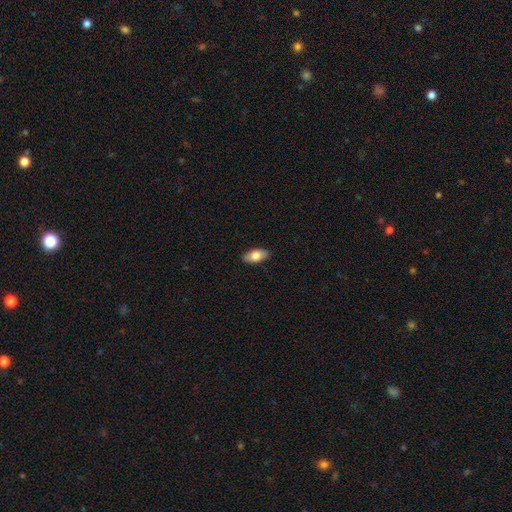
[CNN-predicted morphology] Smooth or featured? Predicted: smooth (p=0.79). How rounded? Predicted: in between (p=0.91). Merging? Predicted: none (p=0.88).